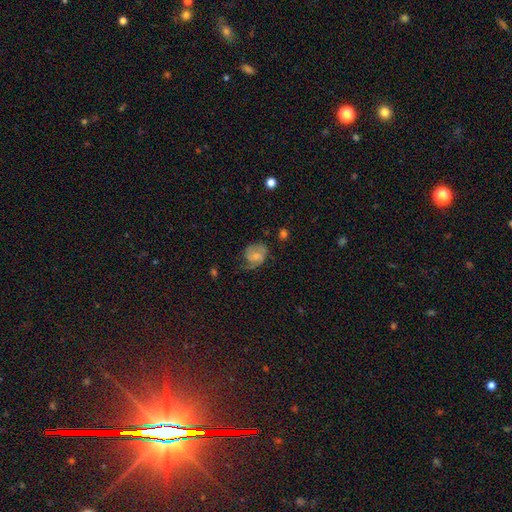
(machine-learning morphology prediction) Q: Smooth or featured?
A: featured or disk (50%); runner-up: smooth (42%)
Q: Merging?
A: none (45%); runner-up: minor disturbance (29%)